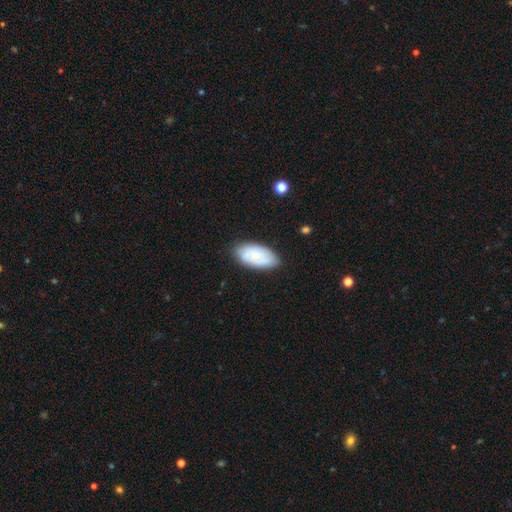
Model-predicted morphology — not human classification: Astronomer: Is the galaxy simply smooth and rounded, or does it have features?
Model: smooth — 49% (runner-up: featured or disk, 43%).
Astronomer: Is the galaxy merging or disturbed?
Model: none — 80%.